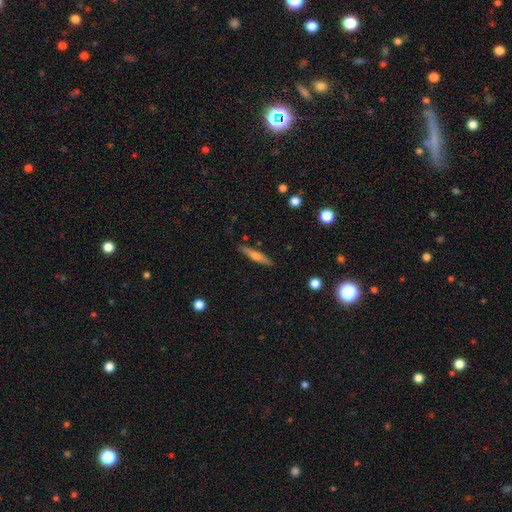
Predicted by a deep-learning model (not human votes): Smooth or featured? smooth (50%)
How rounded? cigar-shaped (89%)
Merging? none (87%)